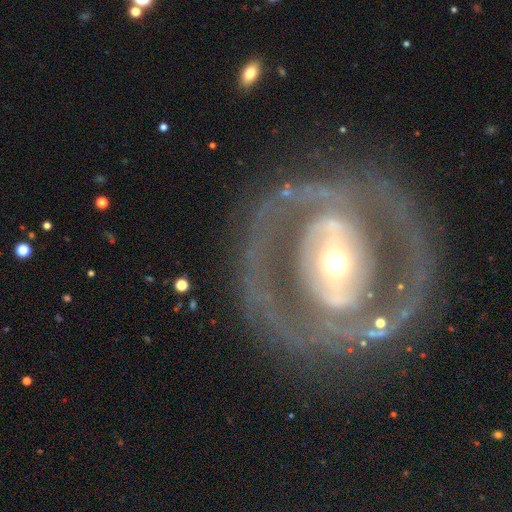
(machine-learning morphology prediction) A featured or disk galaxy (79%) with a strong bar (41%), spiral arms (60%) and a moderate central bulge (55%).

Vote fractions:
- Smooth or featured? featured or disk: 79% / smooth: 14% / star or artifact: 6%
- Edge-on disk? no: 94% / yes: 6%
- Bar? strong: 41% / no: 30% / weak: 29%
- Spiral arms? yes: 60% / no: 40%
- Bulge size? moderate: 55% / small: 30% / large: 12% / dominant: 2% / none: 1%
- Merging? none: 74% / minor disturbance: 12% / major disturbance: 12% / merger: 2%